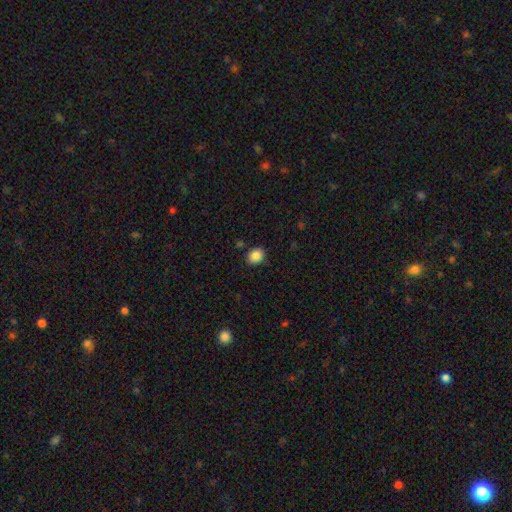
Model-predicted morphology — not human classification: Overall: smooth (87%). How rounded: round (61%; in between 39%). Merging: none (86%).